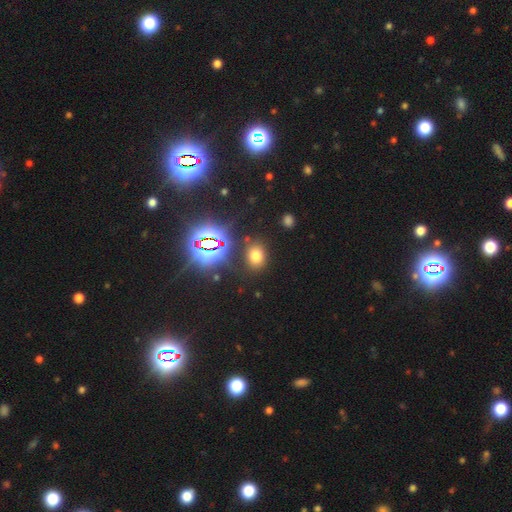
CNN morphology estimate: Smooth or featured? smooth (65%)
How rounded? in between (57%)
Merging? none (82%)